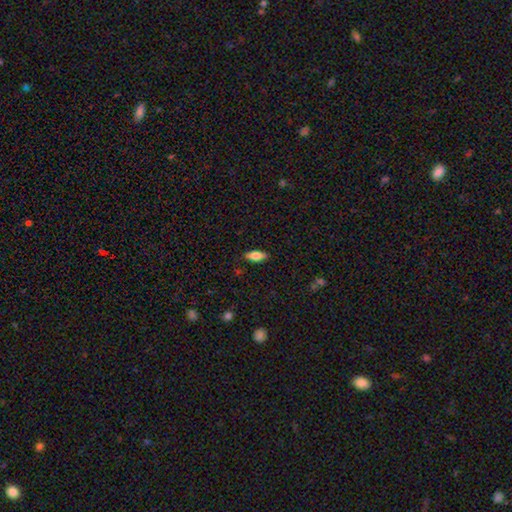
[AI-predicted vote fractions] A smooth galaxy with no disk features (74%) that is in between round and cigar-shaped (77%). Merging: none (86%).